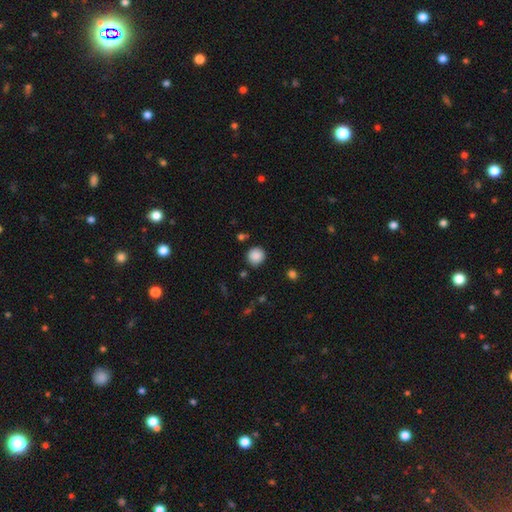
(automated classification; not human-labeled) A smooth galaxy with no disk features (88%) that is round (91%). Merging: none (87%).